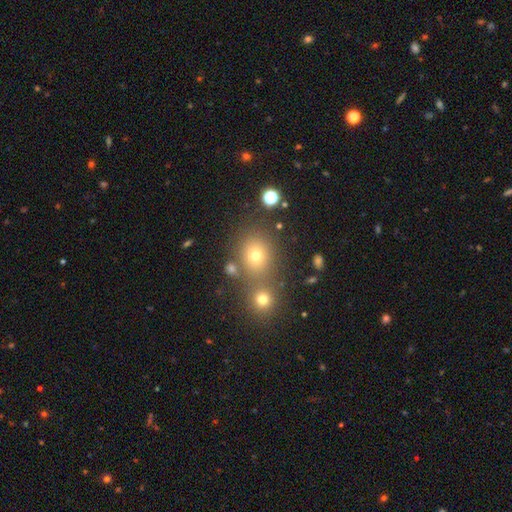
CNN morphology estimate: Smooth or featured? Predicted: smooth (p=0.67). How rounded? Predicted: round (p=0.72). Merging? Predicted: none (p=0.65).